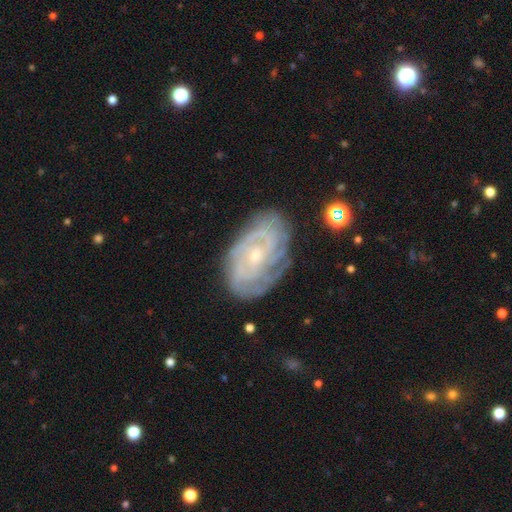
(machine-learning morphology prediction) Overall: featured or disk (83%). Edge-on disk: no (96%). Bar: no (62%; weak 29%). Spiral arms: yes (96%). Spiral arm count: can't tell (29%; 2 23%). Spiral winding: tight (77%). Bulge size: small (67%; moderate 29%). Merging: none (79%).